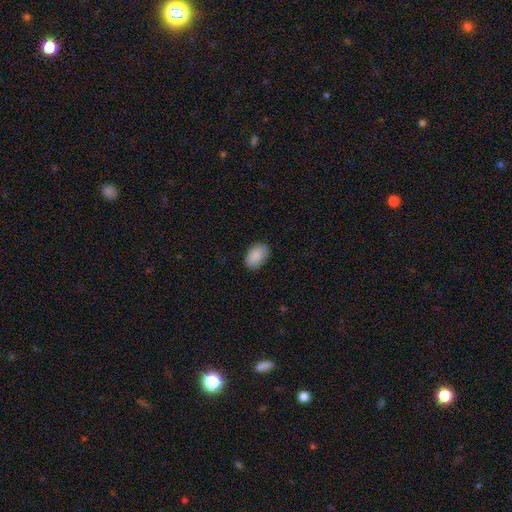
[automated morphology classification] Q: Smooth or featured?
A: smooth (89%); runner-up: star or artifact (7%)
Q: How rounded?
A: in between (90%); runner-up: round (9%)
Q: Merging?
A: none (82%); runner-up: minor disturbance (14%)